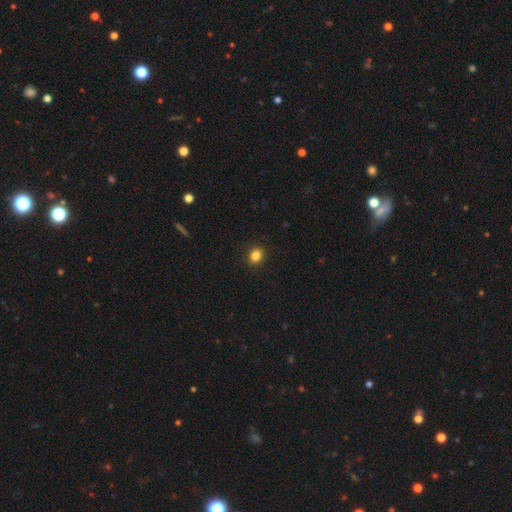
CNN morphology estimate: A smooth galaxy with no disk features (85%) that is round (65%). Merging: none (91%).